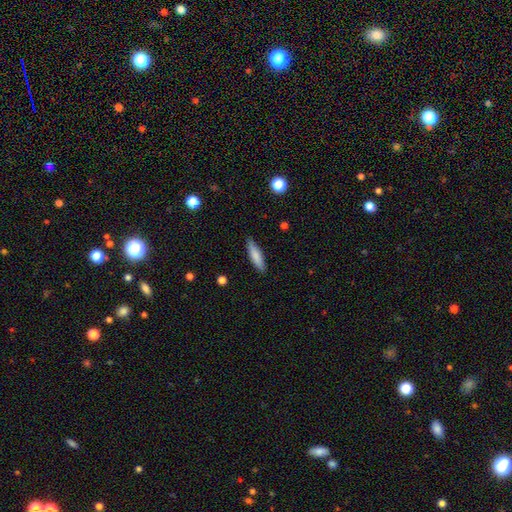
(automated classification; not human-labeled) Smooth or featured?
  - smooth: 80% *
  - featured or disk: 14%
  - star or artifact: 6%
How rounded?
  - cigar-shaped: 73% *
  - in between: 26%
  - round: 1%
Merging?
  - none: 88% *
  - minor disturbance: 9%
  - major disturbance: 2%
  - merger: 1%